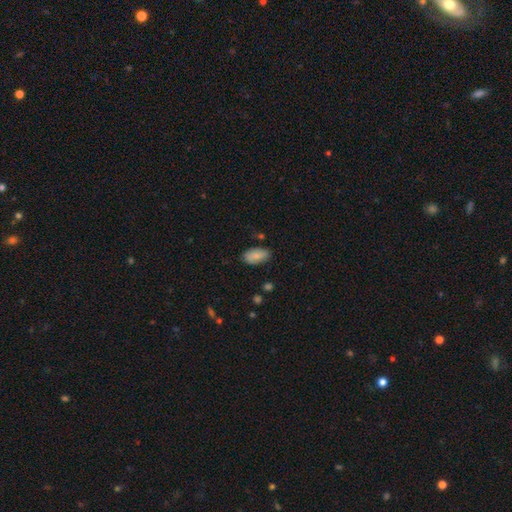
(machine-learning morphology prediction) Smooth or featured? smooth (83%)
How rounded? in between (94%)
Merging? none (78%)